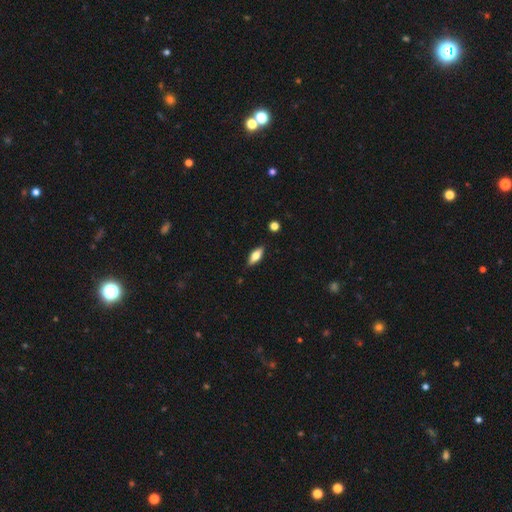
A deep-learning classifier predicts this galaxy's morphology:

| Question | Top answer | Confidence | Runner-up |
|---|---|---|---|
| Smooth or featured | smooth | 64% | featured or disk (29%) |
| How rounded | in between | 74% | cigar-shaped (23%) |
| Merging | none | 87% | minor disturbance (9%) |